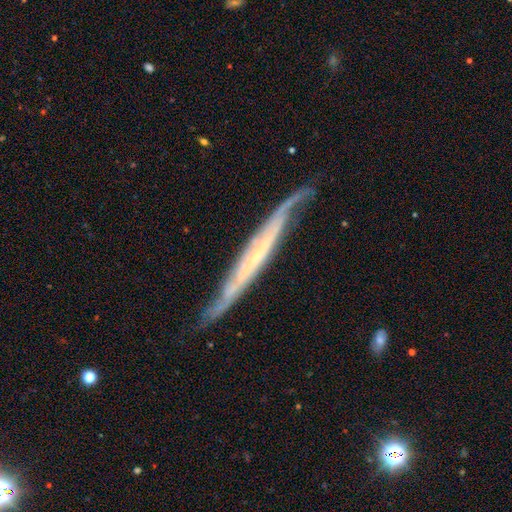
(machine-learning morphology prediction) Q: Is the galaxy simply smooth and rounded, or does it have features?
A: featured or disk — 80%.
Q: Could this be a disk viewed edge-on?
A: yes — 72%.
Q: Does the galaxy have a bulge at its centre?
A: none — 74%.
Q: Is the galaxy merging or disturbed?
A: none — 69%.